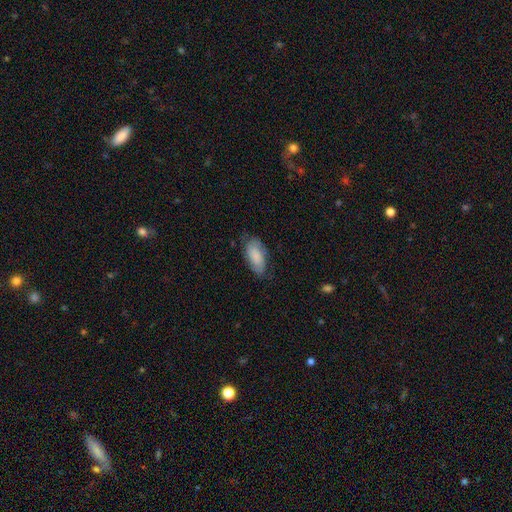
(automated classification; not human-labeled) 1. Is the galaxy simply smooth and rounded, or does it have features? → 71% smooth, 22% featured or disk, 7% star or artifact.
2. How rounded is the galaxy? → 89% in between, 8% cigar-shaped, 2% round.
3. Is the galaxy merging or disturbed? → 68% none, 24% minor disturbance, 7% major disturbance, 1% merger.